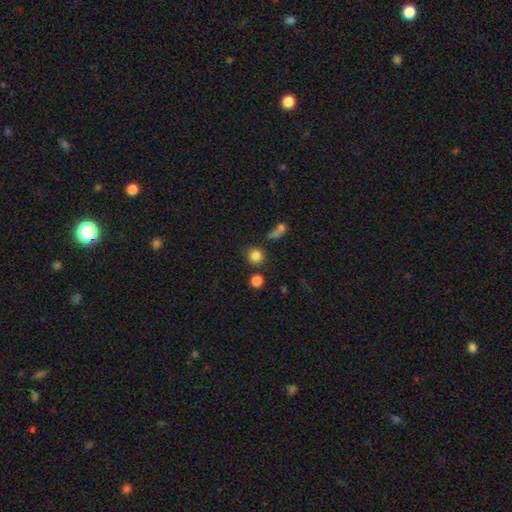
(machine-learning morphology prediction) smooth-or-featured: smooth: 82% | star or artifact: 13% | featured or disk: 5%
  how-rounded: round: 92% | in between: 7% | cigar-shaped: 1%
  merging: none: 78% | merger: 10% | minor disturbance: 8% | major disturbance: 4%